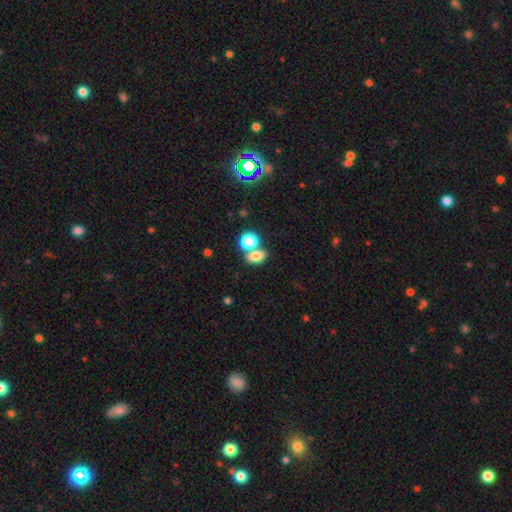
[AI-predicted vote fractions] Q: Smooth or featured?
A: smooth (78%); runner-up: star or artifact (13%)
Q: How rounded?
A: in between (67%); runner-up: round (31%)
Q: Merging?
A: none (47%); runner-up: merger (40%)